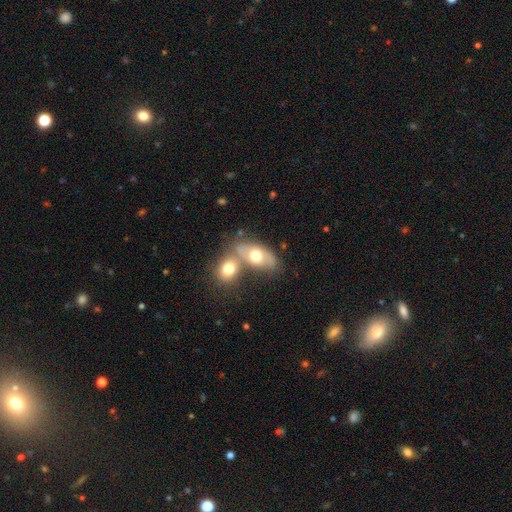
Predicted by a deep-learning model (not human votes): This appears to be a smooth galaxy with no disk features (55%) that is in between round and cigar-shaped (86%). Merging: none (42%).